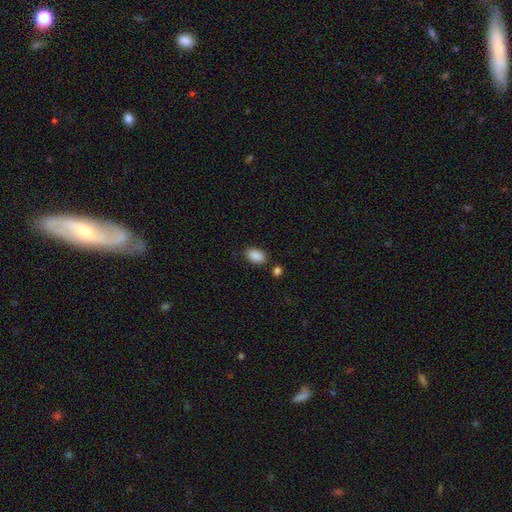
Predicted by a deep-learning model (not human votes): This appears to be a smooth galaxy with no disk features (89%) that is in between round and cigar-shaped (92%). Merging: none (79%).